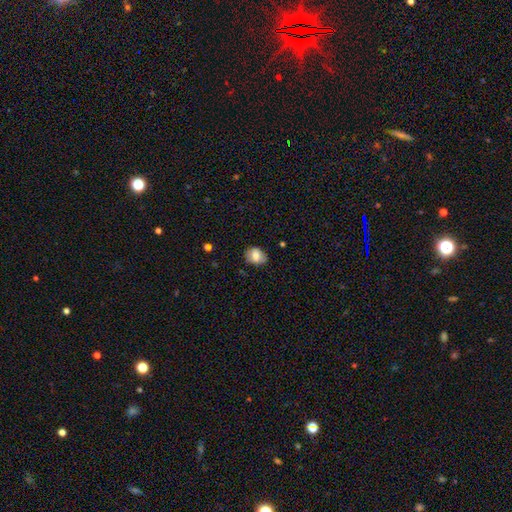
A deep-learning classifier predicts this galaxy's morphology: smooth_or_featured: smooth (p=0.75) [alt: featured or disk p=0.17]
how_rounded: in between (p=0.55) [alt: round p=0.44]
merging: none (p=0.74) [alt: minor disturbance p=0.20]